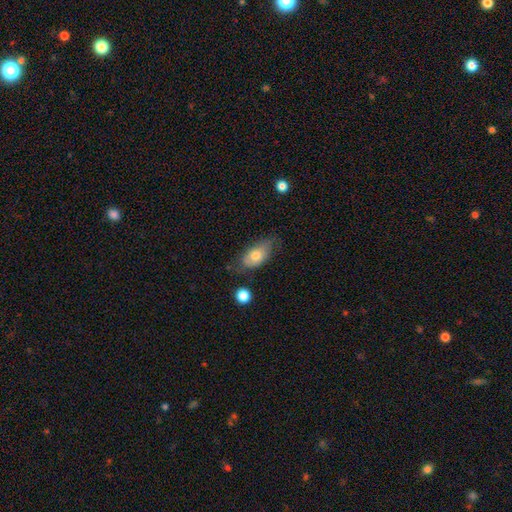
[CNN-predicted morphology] smooth_or_featured: smooth (p=0.71) [alt: featured or disk p=0.21]
how_rounded: in between (p=0.89) [alt: round p=0.06]
merging: none (p=0.58) [alt: minor disturbance p=0.29]